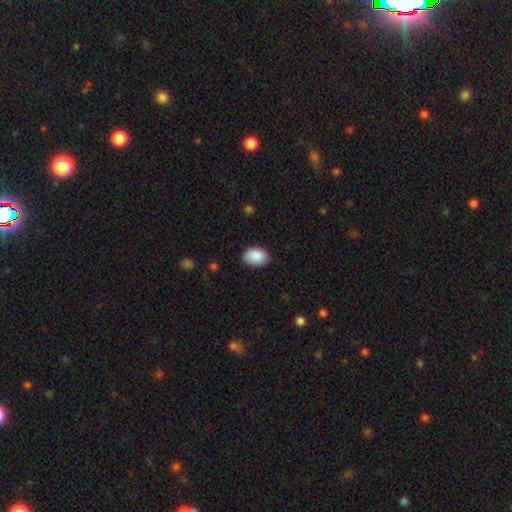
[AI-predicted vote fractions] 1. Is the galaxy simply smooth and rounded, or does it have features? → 90% smooth, 7% star or artifact, 4% featured or disk.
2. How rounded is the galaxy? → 83% in between, 16% round, 1% cigar-shaped.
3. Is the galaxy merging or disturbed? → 84% none, 13% minor disturbance, 2% major disturbance, 1% merger.